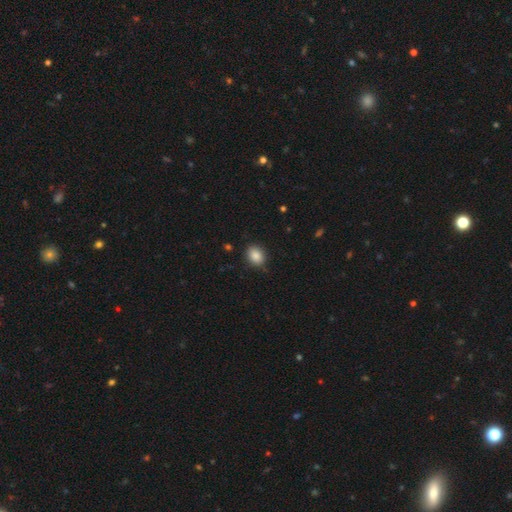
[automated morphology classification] Smooth or featured? Predicted: smooth (p=0.87). How rounded? Predicted: in between (p=0.61). Merging? Predicted: none (p=0.85).